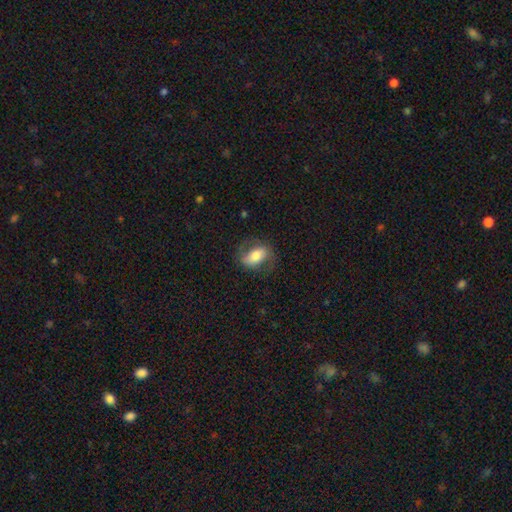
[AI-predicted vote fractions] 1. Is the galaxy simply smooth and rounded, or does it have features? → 55% smooth, 38% featured or disk, 7% star or artifact.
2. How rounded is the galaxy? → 85% in between, 11% round, 4% cigar-shaped.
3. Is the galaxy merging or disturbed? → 70% none, 18% minor disturbance, 11% major disturbance, 1% merger.